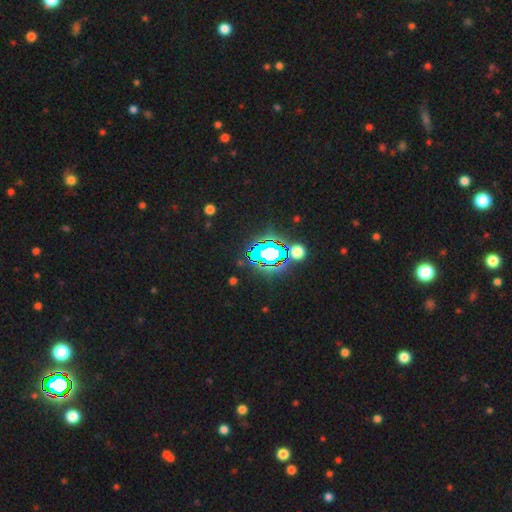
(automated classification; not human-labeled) This appears to be a star or artifact, not a galaxy (81%).